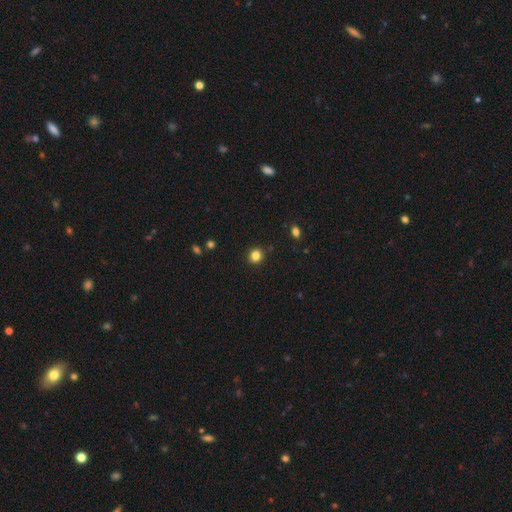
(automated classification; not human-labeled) Smooth or featured?
  - smooth: 83% *
  - star or artifact: 13%
  - featured or disk: 5%
How rounded?
  - round: 89% *
  - in between: 10%
  - cigar-shaped: 1%
Merging?
  - none: 91% *
  - minor disturbance: 6%
  - major disturbance: 2%
  - merger: 2%